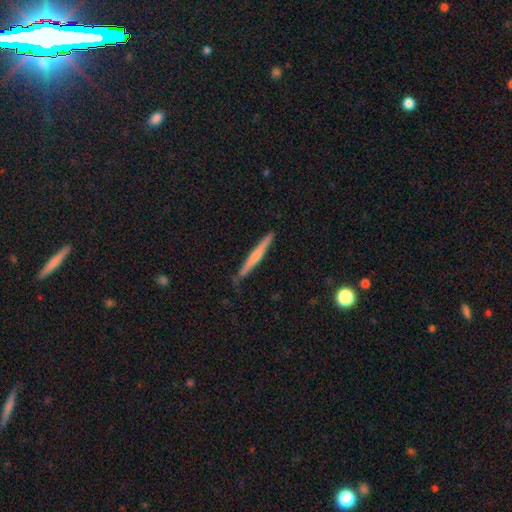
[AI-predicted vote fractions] smooth_or_featured: smooth (p=0.49) [alt: featured or disk p=0.45]
merging: none (p=0.86) [alt: minor disturbance p=0.11]